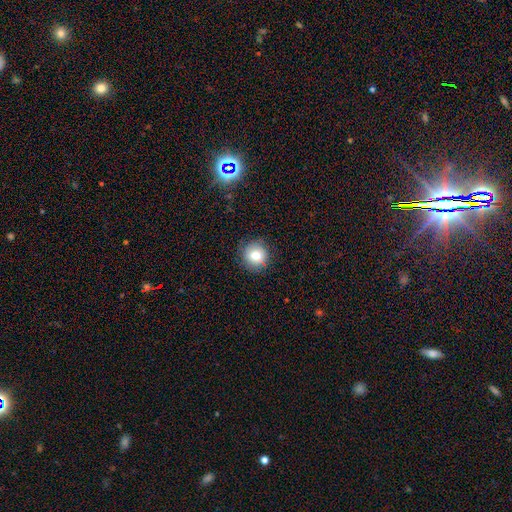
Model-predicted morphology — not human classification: Q: Smooth or featured?
A: smooth (75%); runner-up: featured or disk (13%)
Q: How rounded?
A: round (91%); runner-up: in between (8%)
Q: Merging?
A: none (85%); runner-up: minor disturbance (11%)